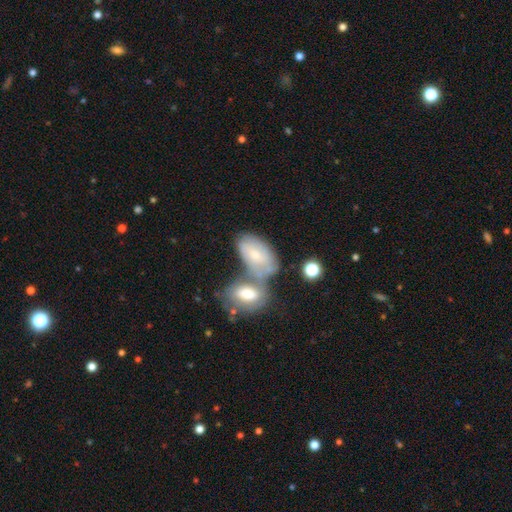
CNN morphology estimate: Smooth or featured? Predicted: smooth (p=0.51). How rounded? Predicted: in between (p=0.90). Merging? Predicted: merger (p=0.48).